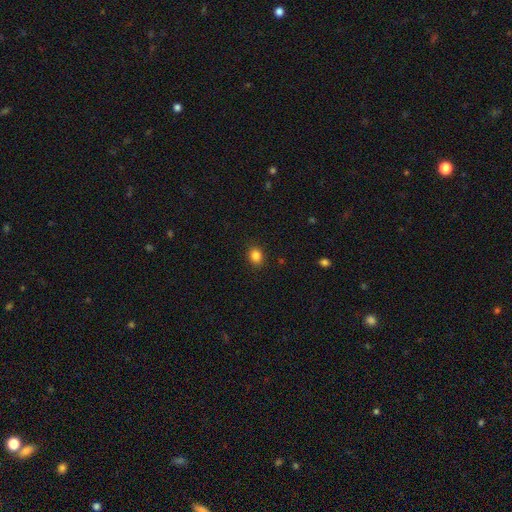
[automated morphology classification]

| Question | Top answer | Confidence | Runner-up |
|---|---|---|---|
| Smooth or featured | smooth | 85% | star or artifact (11%) |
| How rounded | round | 56% | in between (43%) |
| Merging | none | 89% | minor disturbance (8%) |